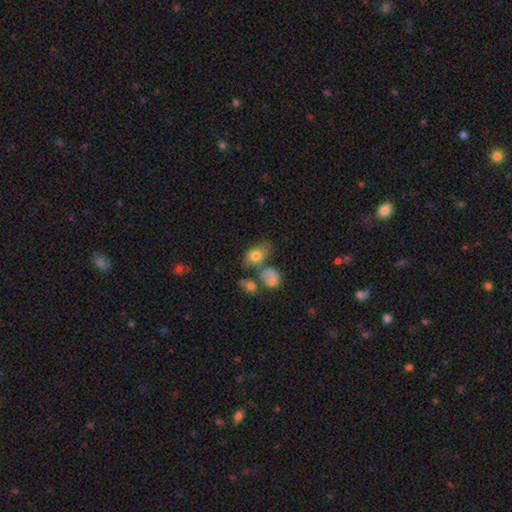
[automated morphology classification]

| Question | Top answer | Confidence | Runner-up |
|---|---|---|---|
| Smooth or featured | smooth | 71% | featured or disk (19%) |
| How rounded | in between | 82% | round (16%) |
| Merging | none | 42% | merger (29%) |